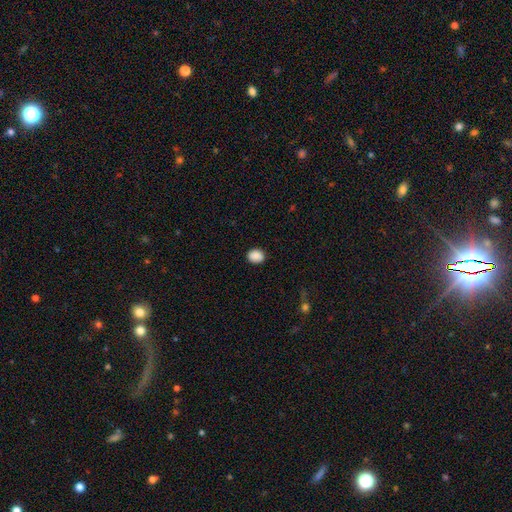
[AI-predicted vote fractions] Q: Smooth or featured?
A: smooth (89%); runner-up: star or artifact (8%)
Q: How rounded?
A: round (59%); runner-up: in between (40%)
Q: Merging?
A: none (87%); runner-up: minor disturbance (9%)